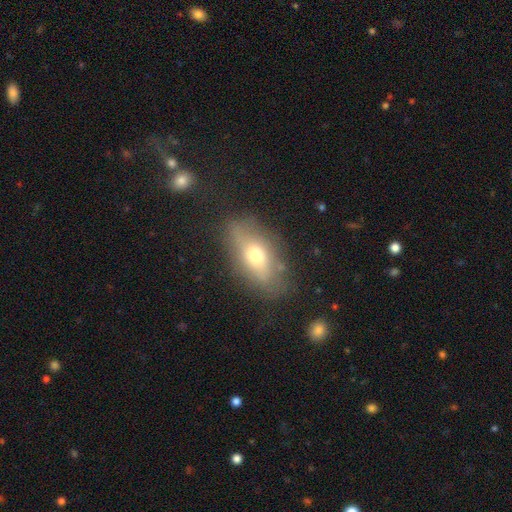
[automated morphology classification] Smooth or featured?
  - smooth: 55% *
  - featured or disk: 36%
  - star or artifact: 9%
How rounded?
  - in between: 81% *
  - cigar-shaped: 12%
  - round: 7%
Merging?
  - none: 70% *
  - minor disturbance: 20%
  - major disturbance: 7%
  - merger: 3%